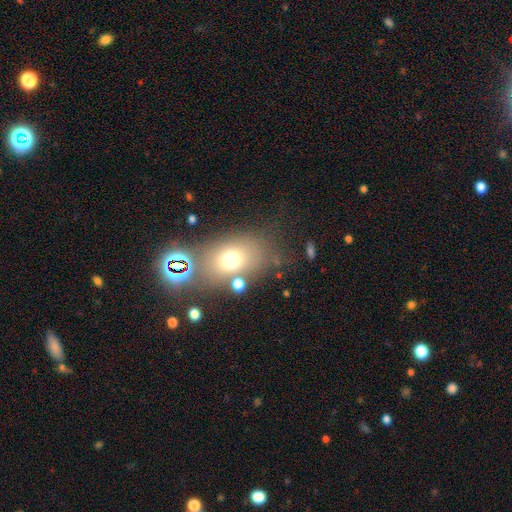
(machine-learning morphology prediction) Smooth or featured? smooth (55%)
How rounded? in between (65%)
Merging? none (64%)